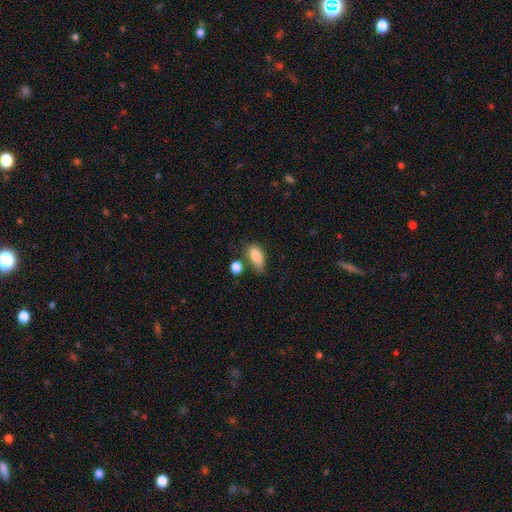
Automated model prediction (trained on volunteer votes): The model was most divided on "merging": none: 49%, minor disturbance: 29%, merger: 12%, major disturbance: 10%. More confident: how rounded — in between (89%); smooth or featured — smooth (84%).